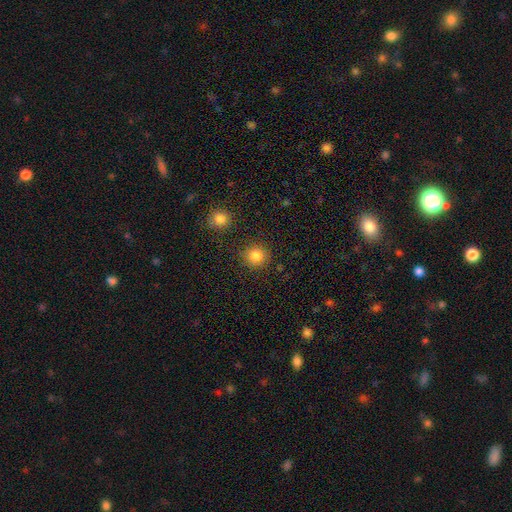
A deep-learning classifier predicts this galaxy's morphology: Overall: smooth (85%). How rounded: round (91%). Merging: none (88%).